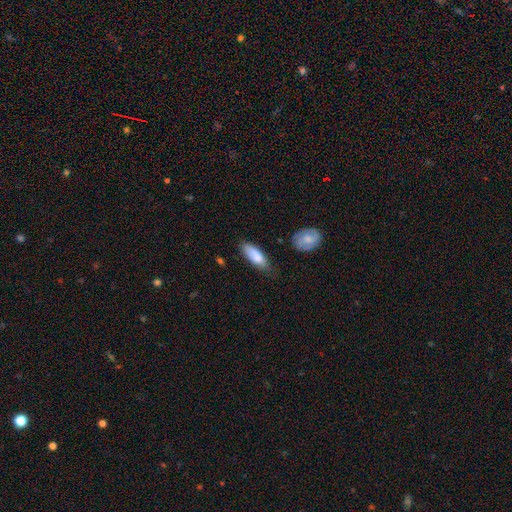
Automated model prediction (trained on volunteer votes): Smooth or featured?
  - smooth: 84% *
  - featured or disk: 10%
  - star or artifact: 6%
How rounded?
  - in between: 65% *
  - cigar-shaped: 33%
  - round: 2%
Merging?
  - none: 64% *
  - minor disturbance: 27%
  - major disturbance: 6%
  - merger: 3%